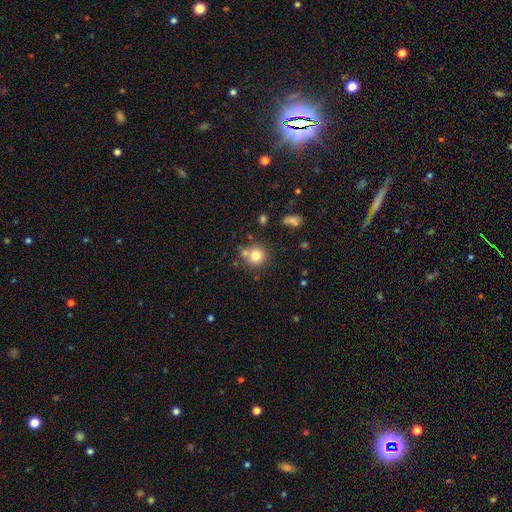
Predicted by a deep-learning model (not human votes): This is likely a smooth galaxy (78%). How rounded: clearly round (91%). Merging: likely none (68%).